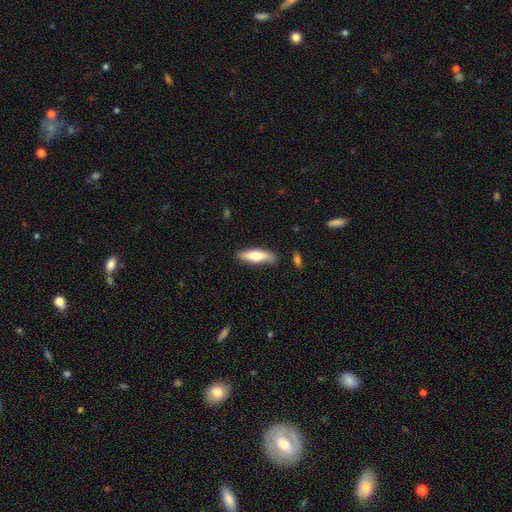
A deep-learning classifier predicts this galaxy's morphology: Smooth or featured: smooth — 63% (featured or disk — 31%)
How rounded: cigar-shaped — 54% (in between — 44%)
Merging: none — 82% (minor disturbance — 13%)